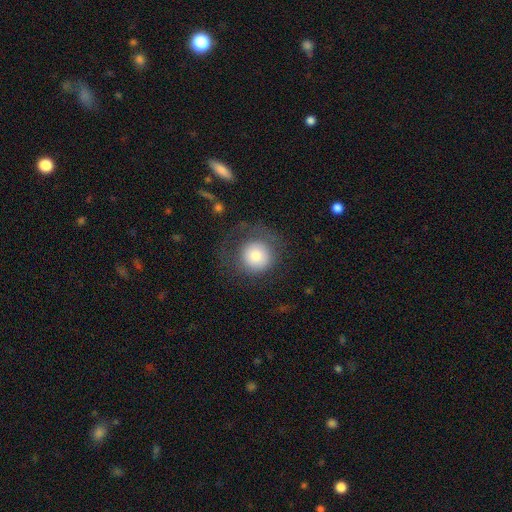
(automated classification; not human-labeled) Smooth or featured: smooth — 75% (featured or disk — 16%)
How rounded: round — 93% (in between — 6%)
Merging: none — 62% (major disturbance — 20%)